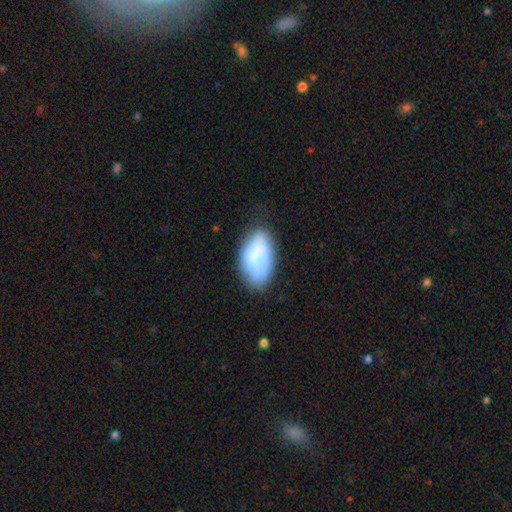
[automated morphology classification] This is likely a smooth galaxy (65%). How rounded: clearly in between (94%). Merging: likely none (61%).